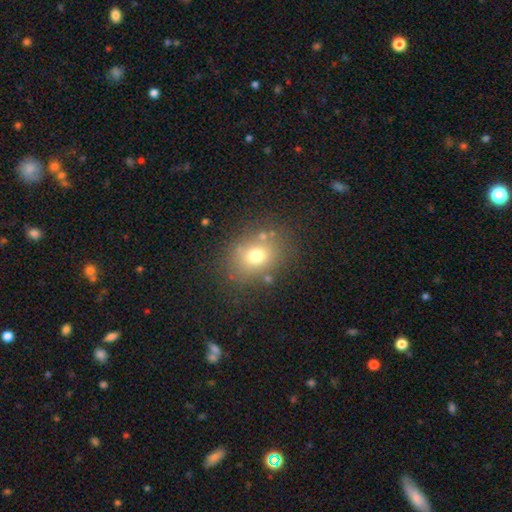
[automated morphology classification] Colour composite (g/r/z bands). It shows a smooth galaxy with no disk features (69%) that is round (51%). Merging: none (76%).